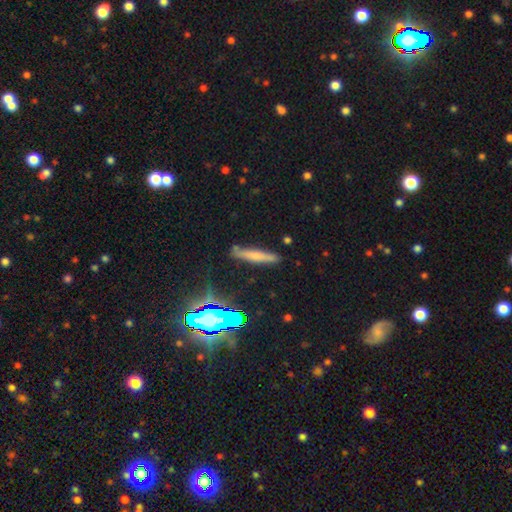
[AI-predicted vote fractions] Smooth or featured? smooth (56%)
How rounded? cigar-shaped (89%)
Merging? none (80%)